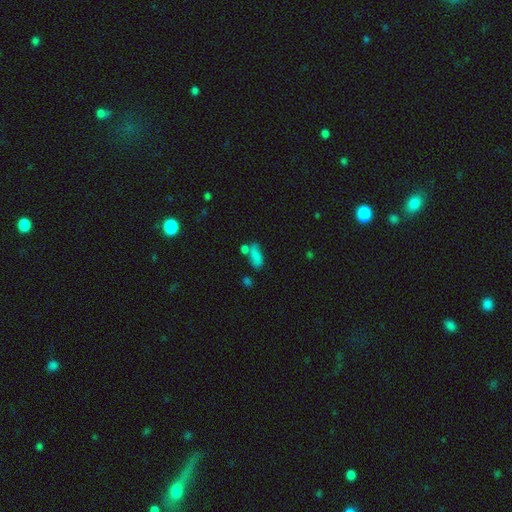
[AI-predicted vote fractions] smooth-or-featured: smooth: 76% | star or artifact: 12% | featured or disk: 12%
  how-rounded: in between: 79% | cigar-shaped: 16% | round: 5%
  merging: none: 43% | merger: 28% | minor disturbance: 19% | major disturbance: 10%